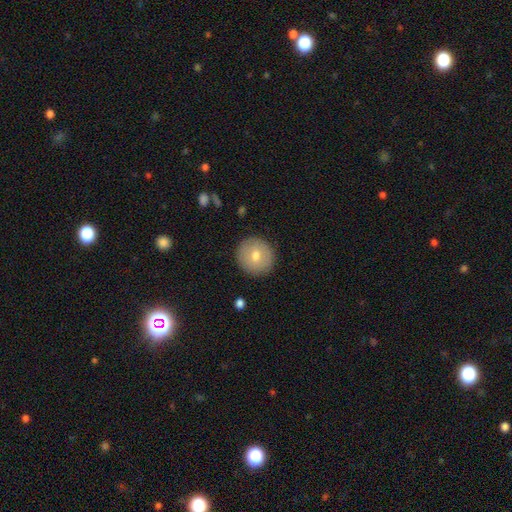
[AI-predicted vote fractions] A smooth galaxy with no disk features (71%) that is round (92%).

Vote fractions:
- Smooth or featured? smooth: 71% / featured or disk: 21% / star or artifact: 9%
- How rounded? round: 92% / in between: 7% / cigar-shaped: 1%
- Merging? none: 90% / minor disturbance: 7% / major disturbance: 2% / merger: 1%